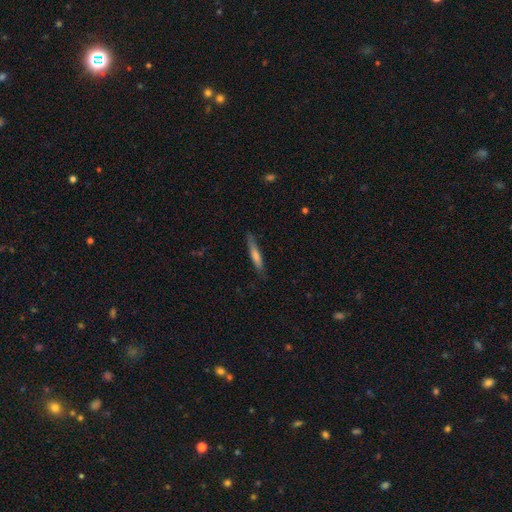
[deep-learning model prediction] Morphology: type=smooth (58%); roundness=cigar-shaped (92%); merging=none (82%).